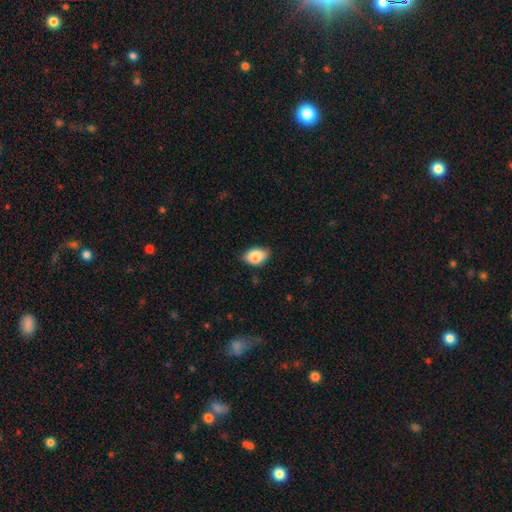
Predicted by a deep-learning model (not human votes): A smooth galaxy with no disk features (85%) that is in between round and cigar-shaped (86%).

Vote fractions:
- Smooth or featured? smooth: 85% / featured or disk: 7% / star or artifact: 7%
- How rounded? in between: 86% / round: 13% / cigar-shaped: 1%
- Merging? none: 74% / minor disturbance: 22% / major disturbance: 3% / merger: 1%